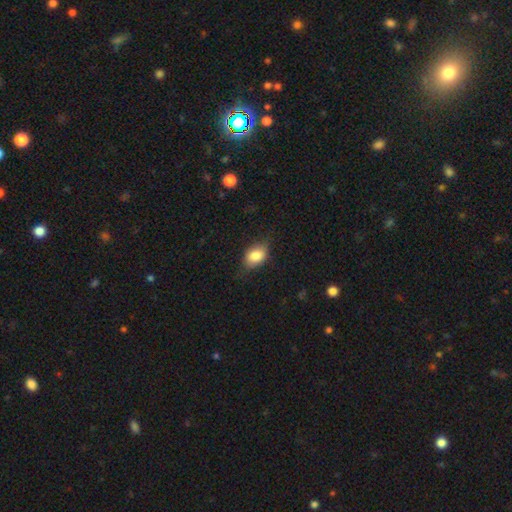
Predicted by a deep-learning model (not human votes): This appears to be a smooth galaxy with no disk features (82%) that is in between round and cigar-shaped (79%). Merging: none (70%).